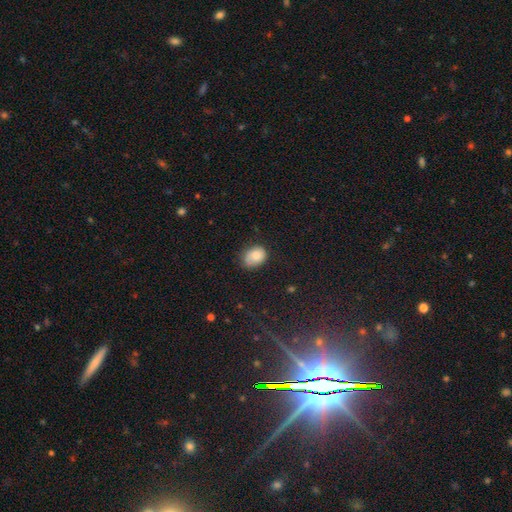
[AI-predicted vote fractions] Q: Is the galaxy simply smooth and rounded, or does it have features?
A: smooth — 79%.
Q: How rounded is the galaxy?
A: in between — 67%.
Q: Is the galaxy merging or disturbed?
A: none — 62%.